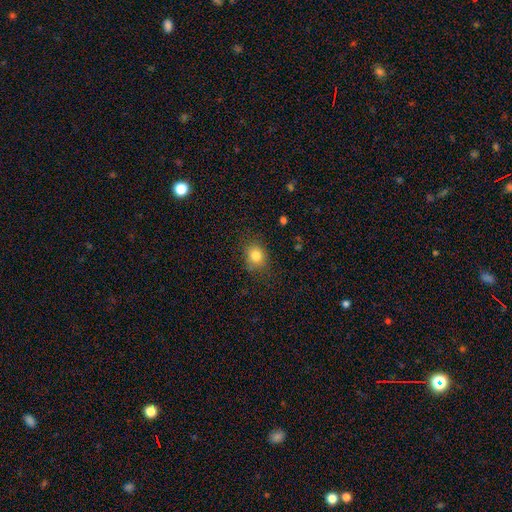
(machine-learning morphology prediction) smooth_or_featured: smooth (p=0.82) [alt: star or artifact p=0.11]
how_rounded: round (p=0.59) [alt: in between p=0.40]
merging: none (p=0.80) [alt: minor disturbance p=0.14]